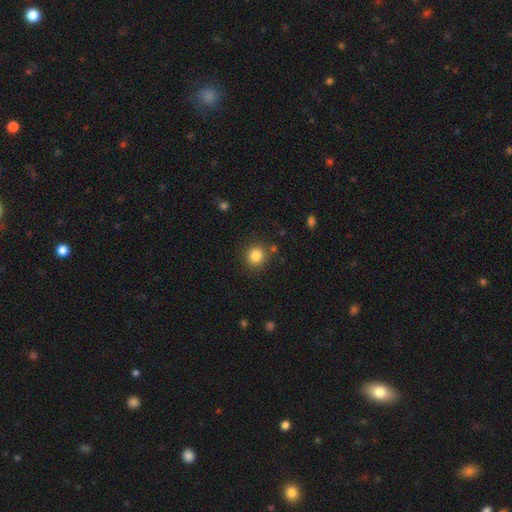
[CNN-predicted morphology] smooth-or-featured: smooth: 83% | star or artifact: 11% | featured or disk: 6%
  how-rounded: round: 89% | in between: 11% | cigar-shaped: 1%
  merging: none: 84% | minor disturbance: 9% | merger: 4% | major disturbance: 3%